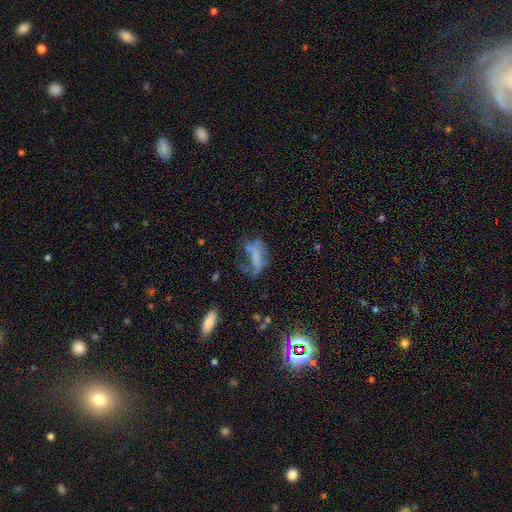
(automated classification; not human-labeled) Smooth or featured? Predicted: smooth (p=0.44). Merging? Predicted: major disturbance (p=0.45).